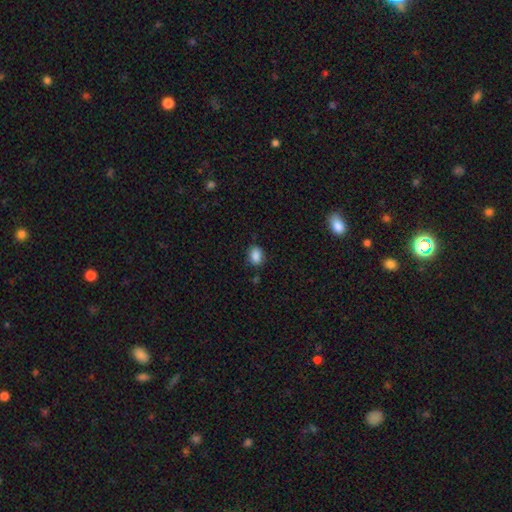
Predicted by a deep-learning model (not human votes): This is clearly a smooth galaxy (87%). How rounded: likely in between (68%). Merging: likely none (80%).